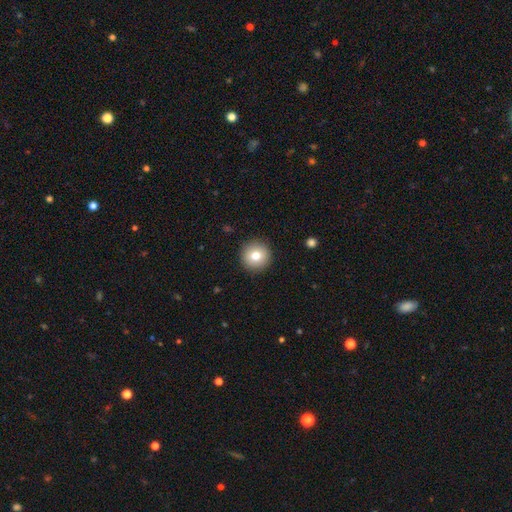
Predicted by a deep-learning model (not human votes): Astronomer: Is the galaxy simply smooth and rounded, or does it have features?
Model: smooth — 78%.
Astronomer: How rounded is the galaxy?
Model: round — 96%.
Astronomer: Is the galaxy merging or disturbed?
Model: none — 92%.